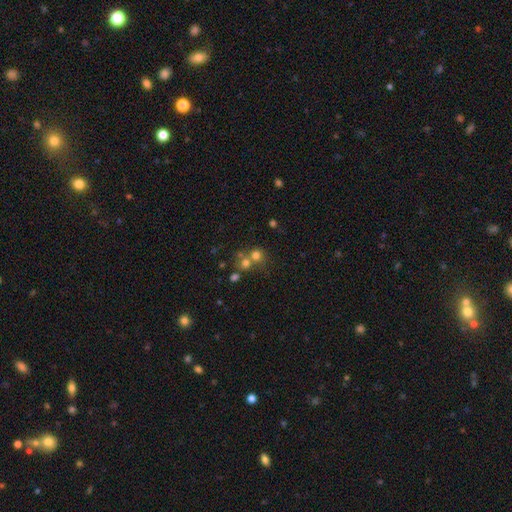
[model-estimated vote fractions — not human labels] smooth 68%, star or artifact 19%, featured or disk 13%. Down the decision tree: how rounded — round (87%); merging — none (47%).